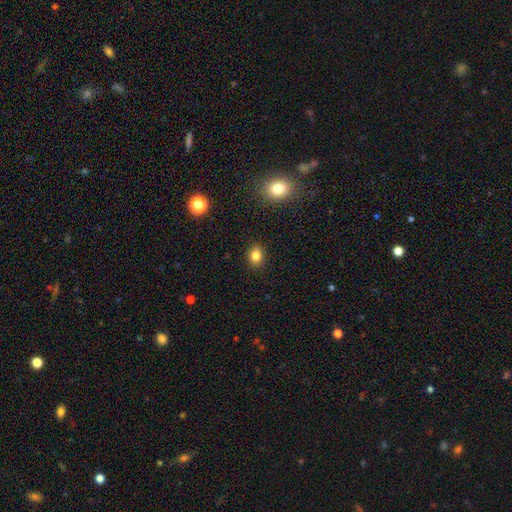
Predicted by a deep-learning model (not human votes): A smooth galaxy with no disk features (81%) that is in between round and cigar-shaped (51%). Merging: none (87%).